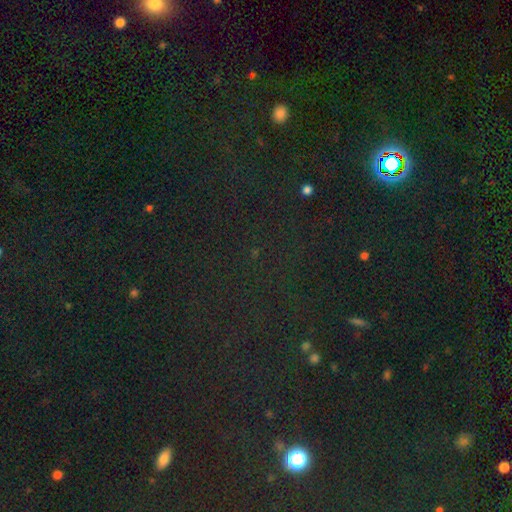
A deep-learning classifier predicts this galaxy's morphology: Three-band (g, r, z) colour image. It shows a star or artifact, not a galaxy (79%).